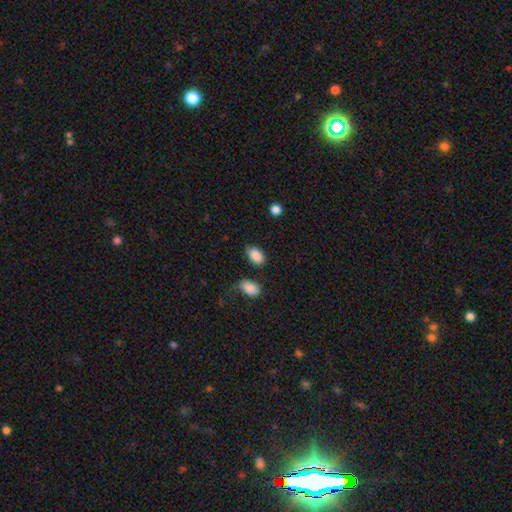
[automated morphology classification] Overall: smooth (88%). How rounded: in between (90%). Merging: none (76%).